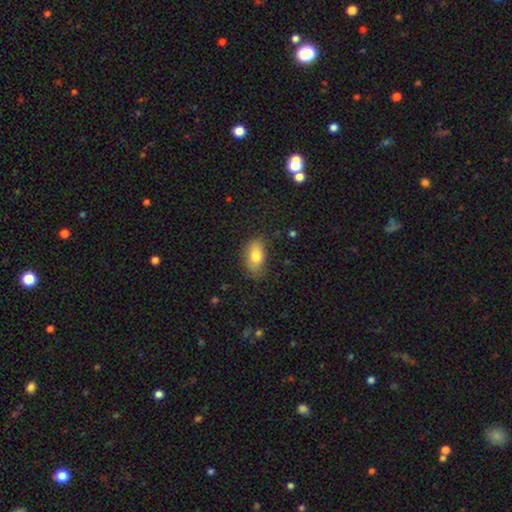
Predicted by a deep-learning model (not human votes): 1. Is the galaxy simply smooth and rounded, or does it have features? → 79% smooth, 13% featured or disk, 8% star or artifact.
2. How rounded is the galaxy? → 90% in between, 7% round, 4% cigar-shaped.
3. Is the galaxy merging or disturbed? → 73% none, 20% minor disturbance, 5% major disturbance, 1% merger.